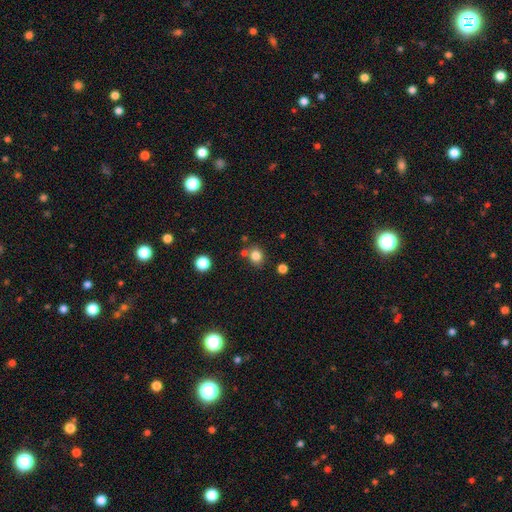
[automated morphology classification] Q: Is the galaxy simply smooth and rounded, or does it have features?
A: smooth — 81%.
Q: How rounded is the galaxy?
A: round — 74%.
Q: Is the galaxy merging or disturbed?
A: none — 72%.